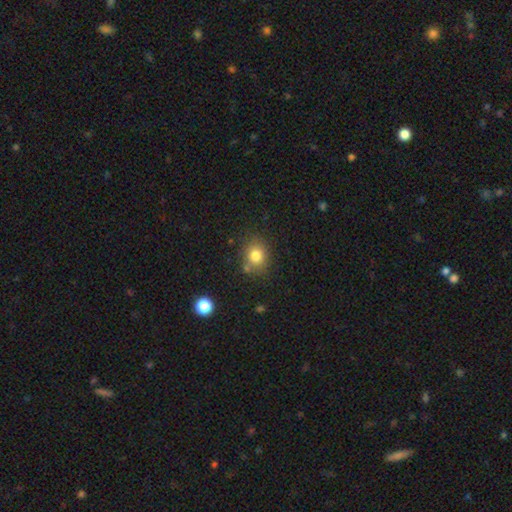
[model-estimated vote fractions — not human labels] This is likely a smooth galaxy (79%). How rounded: likely round (66%). Merging: likely none (75%).